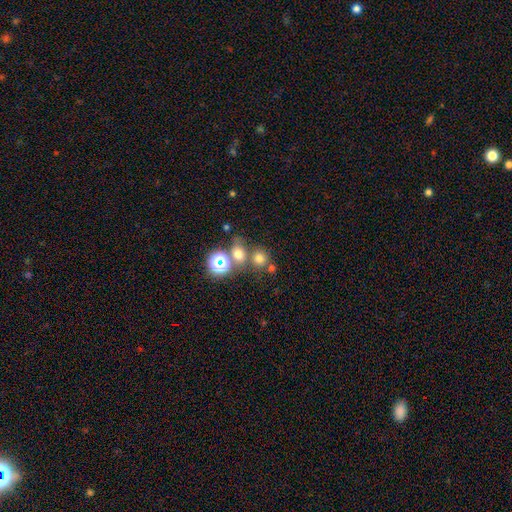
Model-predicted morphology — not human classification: type=smooth (63%); roundness=round (83%); merging=none (62%).